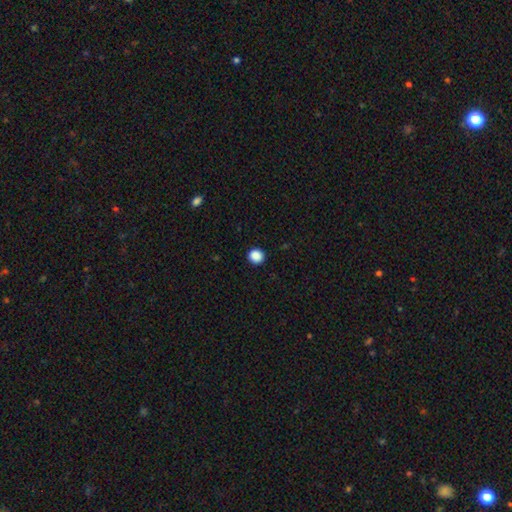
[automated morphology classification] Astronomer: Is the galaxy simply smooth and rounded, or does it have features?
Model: smooth — 88%.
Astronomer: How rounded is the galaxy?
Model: round — 92%.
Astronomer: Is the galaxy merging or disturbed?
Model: none — 93%.